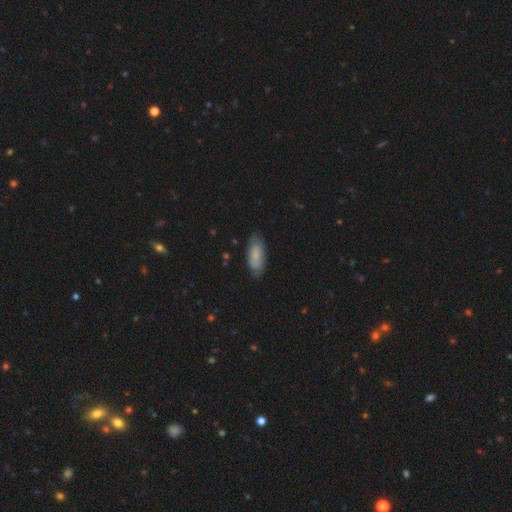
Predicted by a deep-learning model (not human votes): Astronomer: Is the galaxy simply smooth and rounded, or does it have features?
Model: smooth — 68%.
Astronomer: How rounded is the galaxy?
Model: in between — 83%.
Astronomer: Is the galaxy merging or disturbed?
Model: none — 74%.